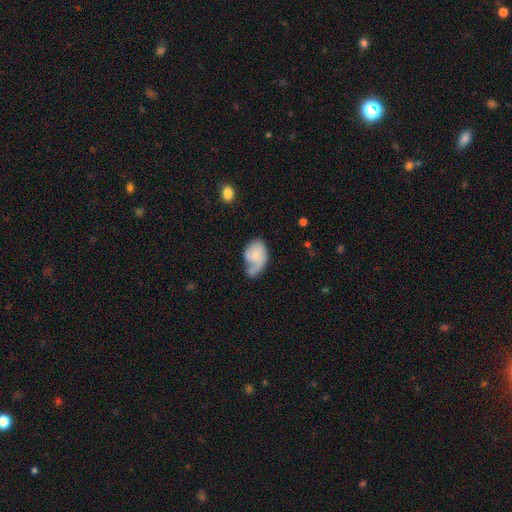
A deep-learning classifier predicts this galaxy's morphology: Smooth or featured? Predicted: featured or disk (p=0.48). Merging? Predicted: major disturbance (p=0.30).